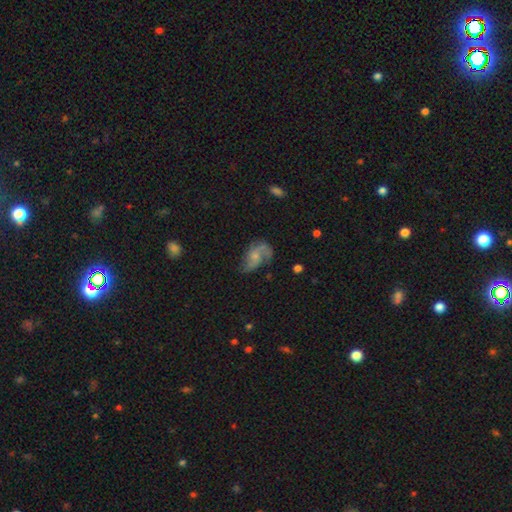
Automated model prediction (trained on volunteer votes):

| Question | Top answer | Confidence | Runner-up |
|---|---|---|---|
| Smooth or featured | featured or disk | 63% | smooth (28%) |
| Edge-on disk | no | 97% | yes (3%) |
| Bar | no | 72% | weak (24%) |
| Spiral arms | yes | 83% | no (17%) |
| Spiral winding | loose | 56% | medium (34%) |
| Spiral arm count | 2 | 65% | can't tell (13%) |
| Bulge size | small | 56% | moderate (30%) |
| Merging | none | 43% | minor disturbance (28%) |